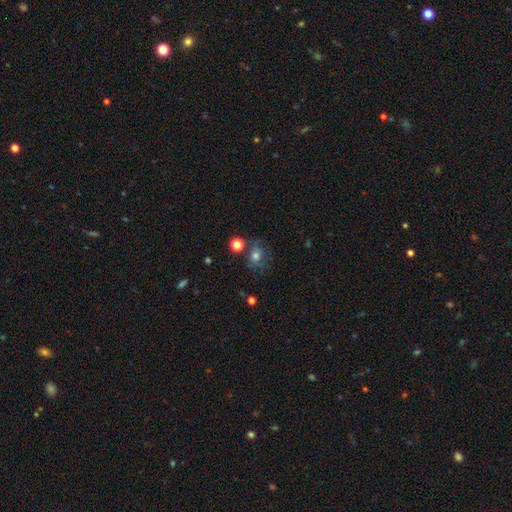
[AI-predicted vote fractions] Smooth or featured?
  - smooth: 68% *
  - star or artifact: 17%
  - featured or disk: 15%
How rounded?
  - round: 66% *
  - in between: 32%
  - cigar-shaped: 1%
Merging?
  - none: 63% *
  - minor disturbance: 18%
  - major disturbance: 9%
  - merger: 9%